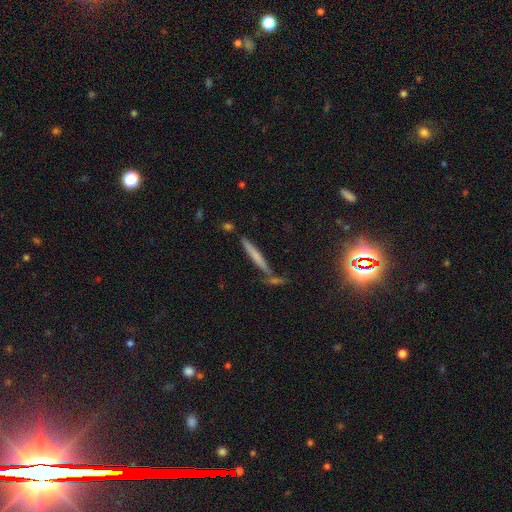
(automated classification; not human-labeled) Smooth or featured: smooth — 56% (featured or disk — 34%)
How rounded: cigar-shaped — 95% (in between — 3%)
Merging: none — 72% (minor disturbance — 13%)